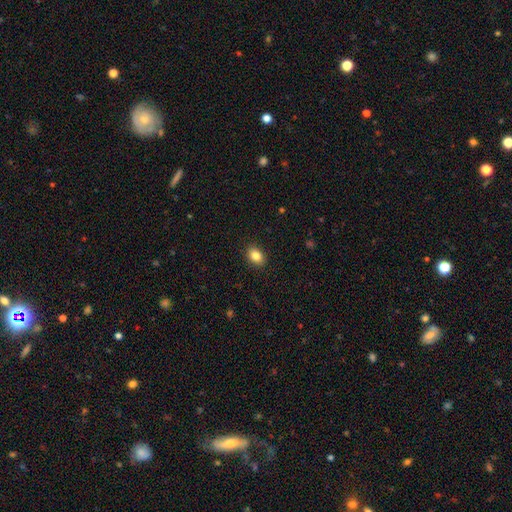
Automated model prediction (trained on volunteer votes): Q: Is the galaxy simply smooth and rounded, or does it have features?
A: smooth — 85%.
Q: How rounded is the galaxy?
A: in between — 79%.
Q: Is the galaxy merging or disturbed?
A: none — 90%.